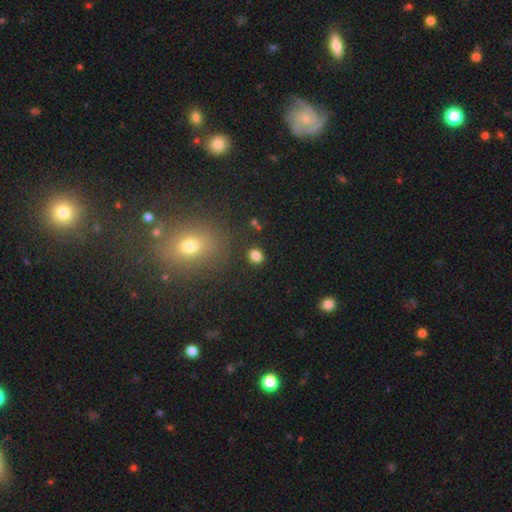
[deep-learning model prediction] Overall: smooth (82%). How rounded: round (65%; in between 34%). Merging: none (87%).